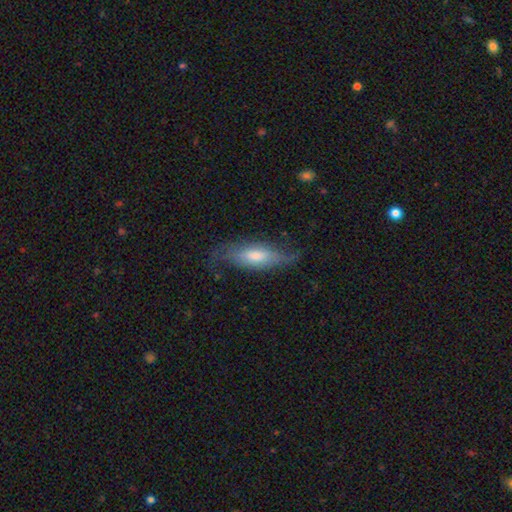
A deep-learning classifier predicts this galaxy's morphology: Smooth or featured: featured or disk — 49% (smooth — 44%)
Merging: none — 59% (minor disturbance — 26%)